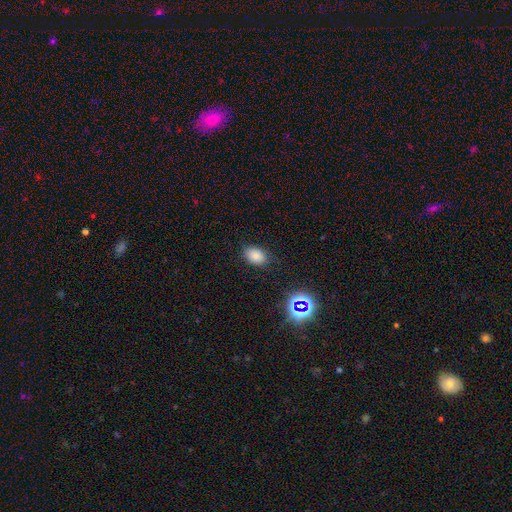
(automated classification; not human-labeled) Overall: smooth (80%). How rounded: in between (82%). Merging: none (82%).